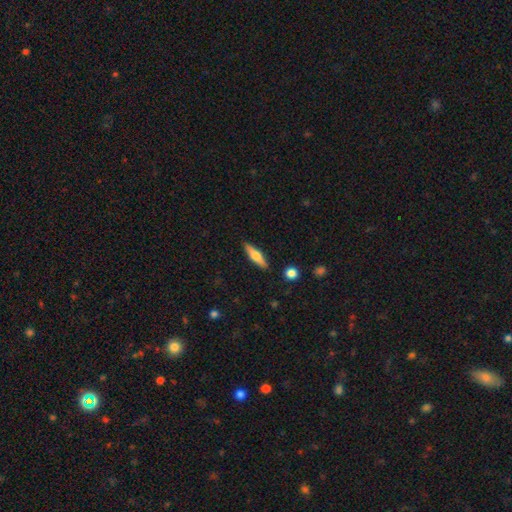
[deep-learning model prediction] A smooth galaxy with no disk features (50%).

Vote fractions:
- Smooth or featured? smooth: 50% / featured or disk: 44% / star or artifact: 6%
- Merging? none: 89% / minor disturbance: 8% / major disturbance: 2% / merger: 2%